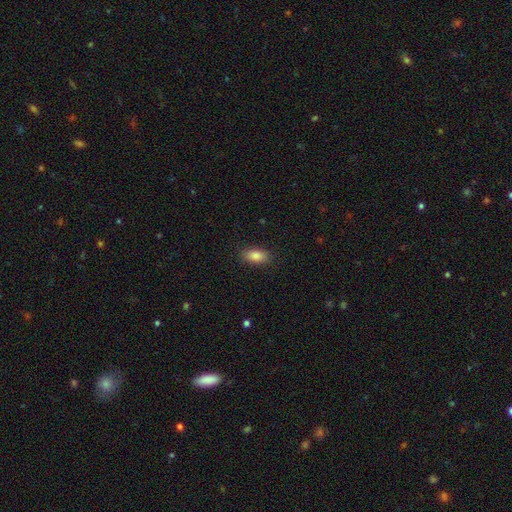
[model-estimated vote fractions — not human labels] smooth_or_featured: smooth (p=0.86) [alt: star or artifact p=0.08]
how_rounded: in between (p=0.90) [alt: round p=0.06]
merging: none (p=0.88) [alt: minor disturbance p=0.09]